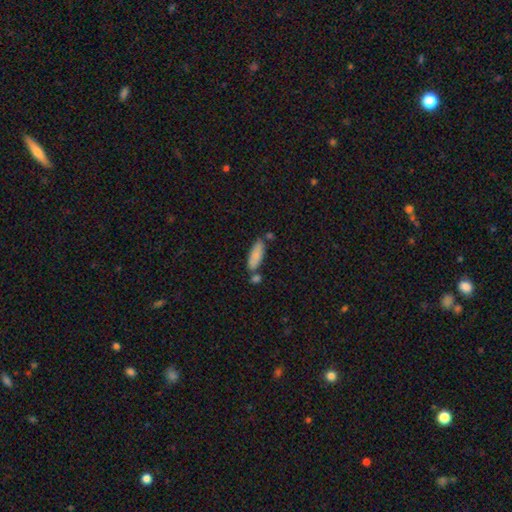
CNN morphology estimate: This appears to be a smooth galaxy with no disk features (80%) that is in between round and cigar-shaped (64%). Merging: none (65%).